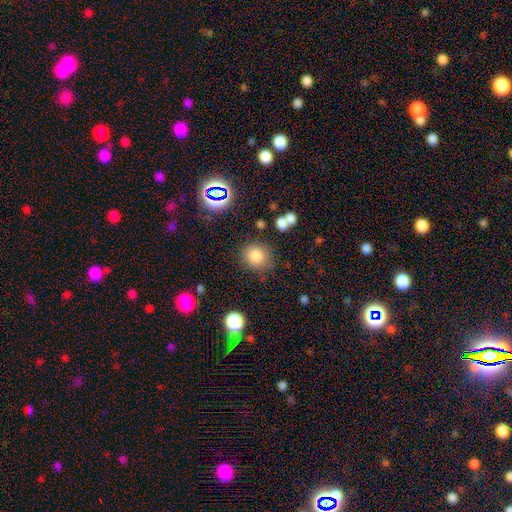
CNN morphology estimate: Smooth or featured?
  - smooth: 81% *
  - star or artifact: 13%
  - featured or disk: 7%
How rounded?
  - round: 84% *
  - in between: 15%
  - cigar-shaped: 1%
Merging?
  - none: 79% *
  - minor disturbance: 12%
  - merger: 5%
  - major disturbance: 4%